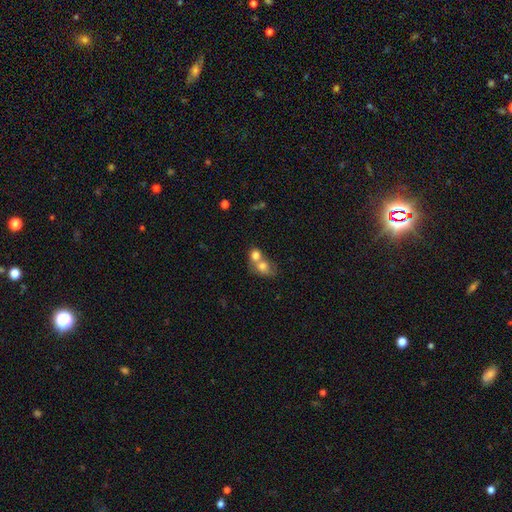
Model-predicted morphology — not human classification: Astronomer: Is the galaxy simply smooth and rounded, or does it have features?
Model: smooth — 73%.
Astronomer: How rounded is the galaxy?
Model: round — 59% (runner-up: in between, 39%).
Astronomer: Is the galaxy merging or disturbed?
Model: merger — 68%.